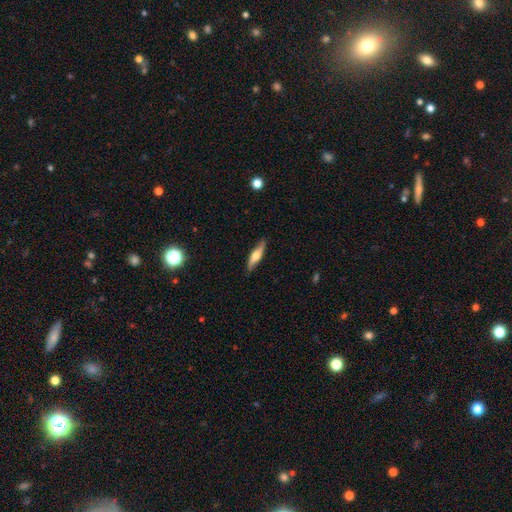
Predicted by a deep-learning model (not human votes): Smooth or featured? smooth (47%, tied with featured or disk)
Merging? none (84%)